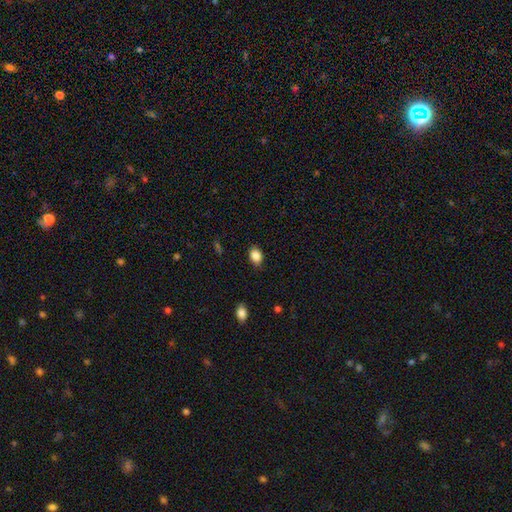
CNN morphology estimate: smooth-or-featured: smooth: 87% | star or artifact: 9% | featured or disk: 4%
  how-rounded: in between: 67% | round: 31% | cigar-shaped: 1%
  merging: none: 80% | minor disturbance: 16% | major disturbance: 3% | merger: 1%